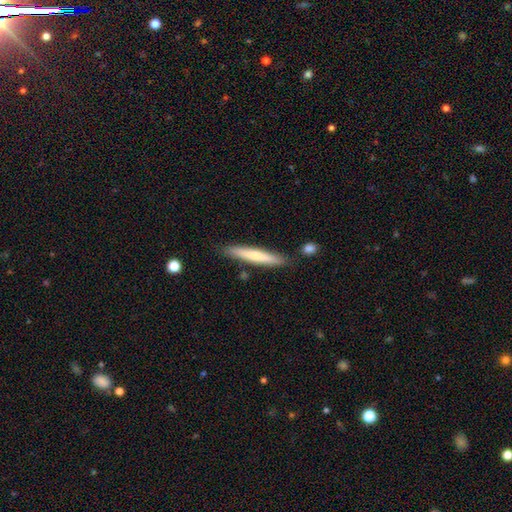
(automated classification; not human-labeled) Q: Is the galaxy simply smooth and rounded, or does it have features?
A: smooth — 63%.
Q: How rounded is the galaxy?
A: cigar-shaped — 94%.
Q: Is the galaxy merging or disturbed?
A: none — 85%.